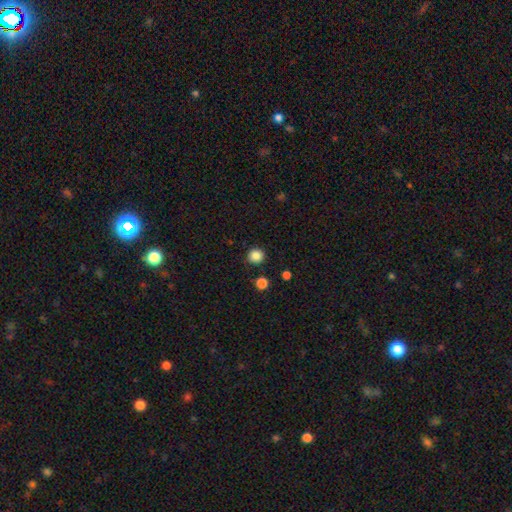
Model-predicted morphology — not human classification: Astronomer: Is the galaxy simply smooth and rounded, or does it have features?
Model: smooth — 86%.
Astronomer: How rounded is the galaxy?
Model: round — 93%.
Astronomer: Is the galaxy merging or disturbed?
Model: none — 89%.